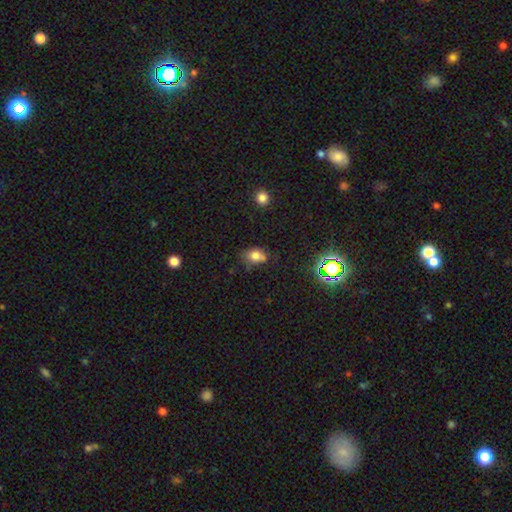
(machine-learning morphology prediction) Smooth or featured? smooth (72%)
How rounded? in between (62%)
Merging? none (53%)